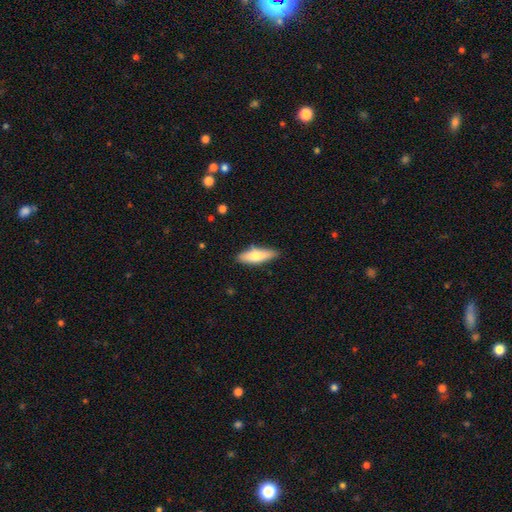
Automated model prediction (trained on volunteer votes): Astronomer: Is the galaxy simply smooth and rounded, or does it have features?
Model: smooth — 68%.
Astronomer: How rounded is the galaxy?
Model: cigar-shaped — 50% (runner-up: in between, 48%).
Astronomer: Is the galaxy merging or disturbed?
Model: none — 82%.